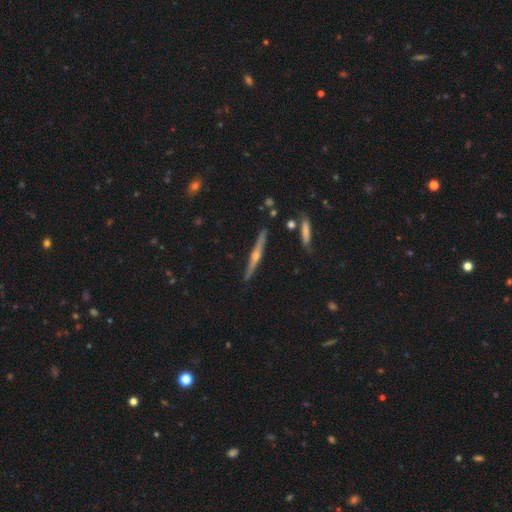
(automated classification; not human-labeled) smooth_or_featured: featured or disk (p=0.78) [alt: smooth p=0.16]
disk_edge_on: yes (p=0.98) [alt: no p=0.02]
edge_on_bulge: rounded (p=0.91) [alt: none p=0.06]
merging: none (p=0.90) [alt: minor disturbance p=0.07]